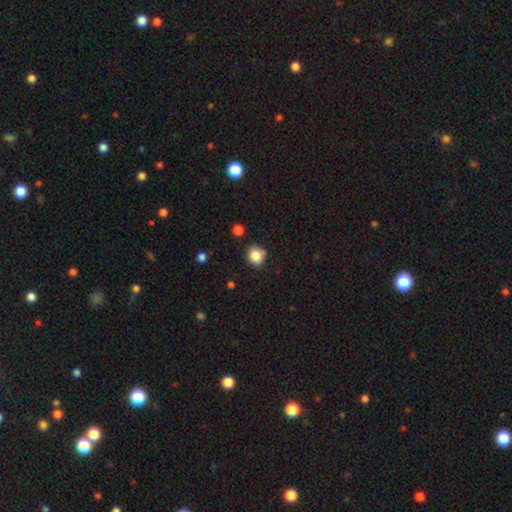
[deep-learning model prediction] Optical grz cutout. It shows a smooth galaxy with no disk features (84%) that is round (72%). Merging: none (74%).